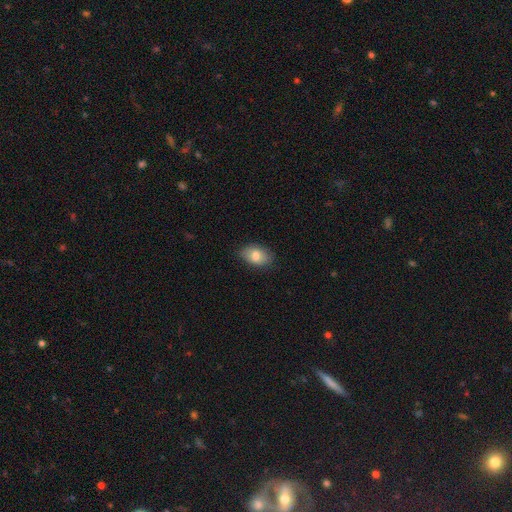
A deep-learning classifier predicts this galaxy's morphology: smooth 81%, featured or disk 12%, star or artifact 7%. Down the decision tree: how rounded — in between (88%); merging — none (84%).